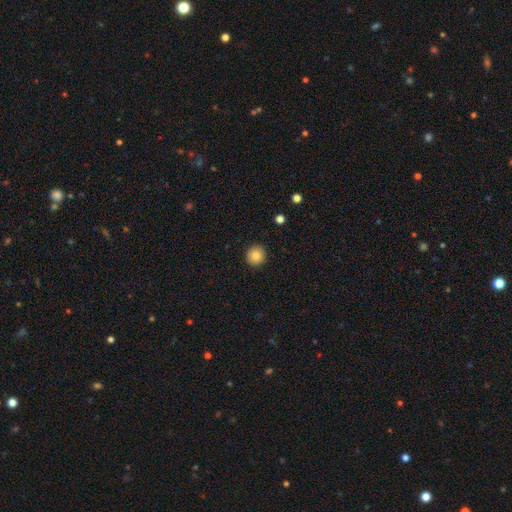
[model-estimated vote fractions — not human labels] Smooth or featured?
  - smooth: 84% *
  - star or artifact: 9%
  - featured or disk: 7%
How rounded?
  - round: 92% *
  - in between: 7%
  - cigar-shaped: 1%
Merging?
  - none: 92% *
  - minor disturbance: 6%
  - major disturbance: 2%
  - merger: 1%